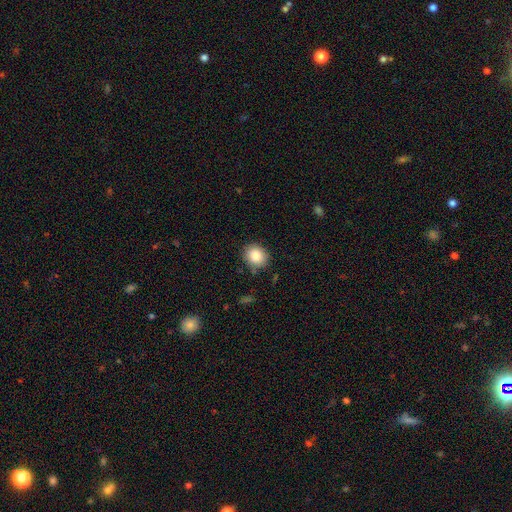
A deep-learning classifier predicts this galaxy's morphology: smooth 84%, star or artifact 9%, featured or disk 7%. Down the decision tree: how rounded — round (74%); merging — none (86%).